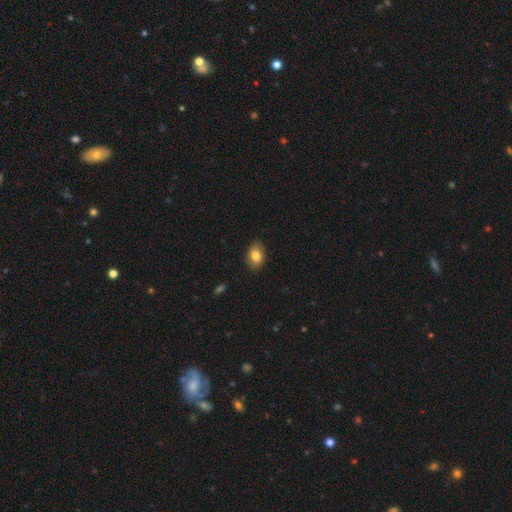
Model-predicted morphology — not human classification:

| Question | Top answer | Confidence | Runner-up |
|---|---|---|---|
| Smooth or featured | smooth | 81% | featured or disk (11%) |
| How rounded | in between | 79% | round (20%) |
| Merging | none | 85% | minor disturbance (12%) |